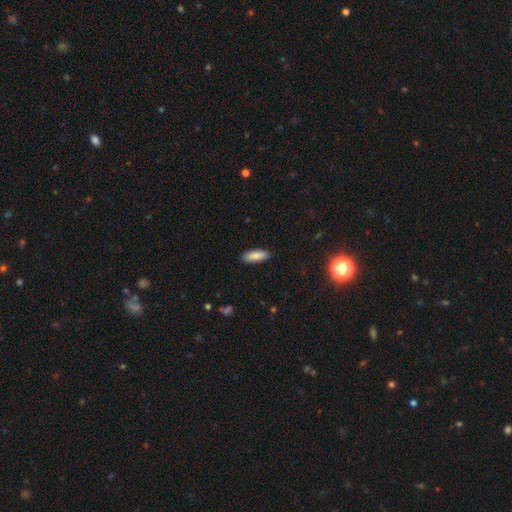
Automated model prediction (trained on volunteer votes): A smooth galaxy with no disk features (86%) that is in between round and cigar-shaped (55%).

Vote fractions:
- Smooth or featured? smooth: 86% / featured or disk: 7% / star or artifact: 6%
- How rounded? in between: 55% / cigar-shaped: 43% / round: 2%
- Merging? none: 90% / minor disturbance: 8% / major disturbance: 2% / merger: 1%